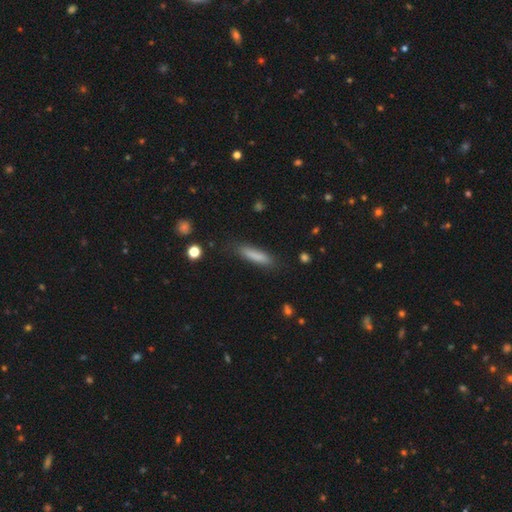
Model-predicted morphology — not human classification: Smooth or featured?
  - smooth: 82% *
  - featured or disk: 10%
  - star or artifact: 8%
How rounded?
  - cigar-shaped: 79% *
  - in between: 19%
  - round: 2%
Merging?
  - none: 82% *
  - minor disturbance: 13%
  - major disturbance: 3%
  - merger: 2%